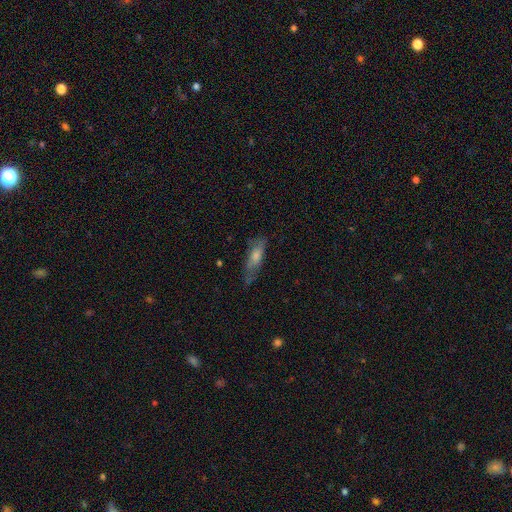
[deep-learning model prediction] A smooth galaxy with no disk features (53%) that is cigar-shaped (56%).

Vote fractions:
- Smooth or featured? smooth: 53% / featured or disk: 38% / star or artifact: 9%
- How rounded? cigar-shaped: 56% / in between: 41% / round: 2%
- Merging? none: 63% / minor disturbance: 26% / major disturbance: 9% / merger: 2%